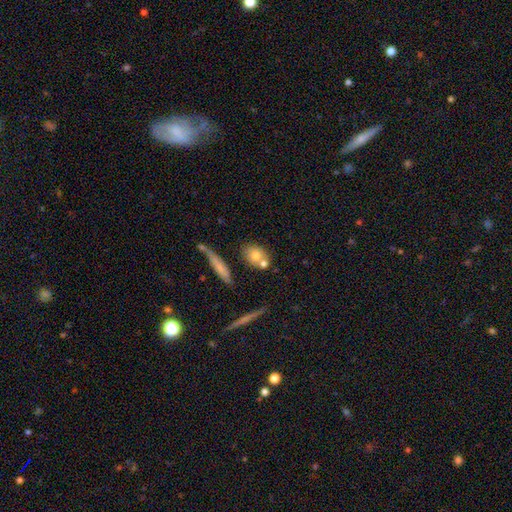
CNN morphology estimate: Q: Smooth or featured?
A: smooth (70%); runner-up: featured or disk (20%)
Q: How rounded?
A: round (52%); runner-up: in between (41%)
Q: Merging?
A: none (56%); runner-up: merger (28%)